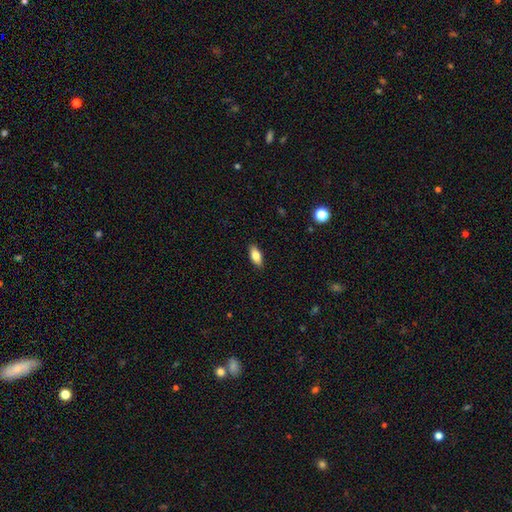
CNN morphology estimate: Overall: smooth (79%). How rounded: in between (84%). Merging: none (88%).